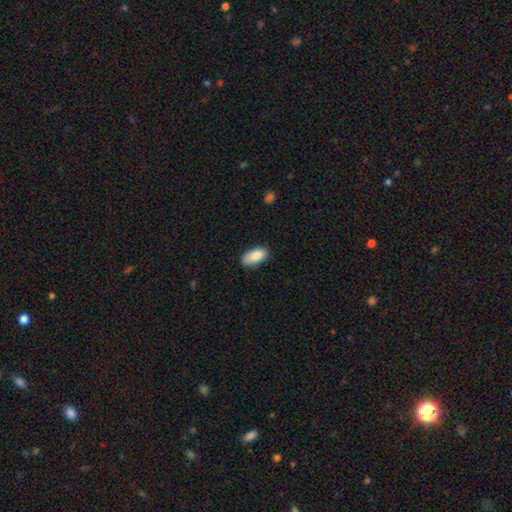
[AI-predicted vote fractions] A smooth galaxy with no disk features (85%) that is in between round and cigar-shaped (91%).

Vote fractions:
- Smooth or featured? smooth: 85% / featured or disk: 8% / star or artifact: 7%
- How rounded? in between: 91% / cigar-shaped: 6% / round: 3%
- Merging? none: 73% / minor disturbance: 22% / major disturbance: 4% / merger: 2%